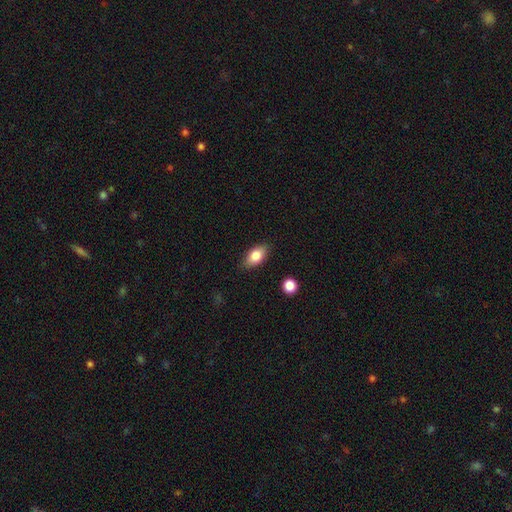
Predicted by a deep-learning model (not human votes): smooth-or-featured: smooth: 81% | featured or disk: 11% | star or artifact: 7%
  how-rounded: in between: 89% | round: 6% | cigar-shaped: 5%
  merging: none: 85% | minor disturbance: 11% | major disturbance: 2% | merger: 1%